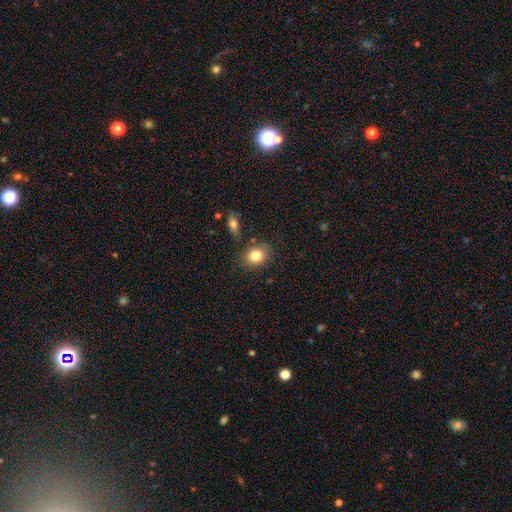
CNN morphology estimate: smooth_or_featured: smooth (p=0.82) [alt: star or artifact p=0.09]
how_rounded: in between (p=0.51) [alt: round p=0.47]
merging: none (p=0.78) [alt: minor disturbance p=0.13]